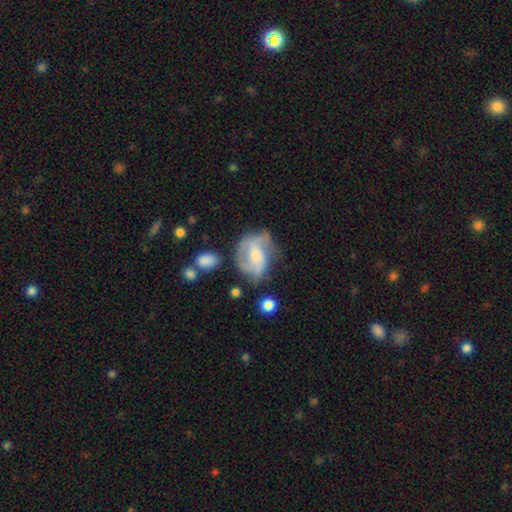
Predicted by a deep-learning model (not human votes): This is likely a featured or disk galaxy (68%). It is clearly not viewed edge-on (97%). Bar: possibly no (46%). Spiral arm pattern: likely yes (78%). Spiral arm count: possibly 2 (49%). Spiral winding: marginally medium (43%). Central bulge: possibly small (57%). Merging: marginally none (44%).